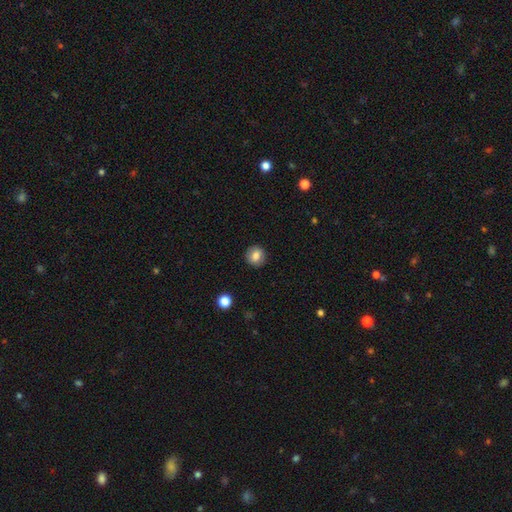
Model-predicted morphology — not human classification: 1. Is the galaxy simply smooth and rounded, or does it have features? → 81% smooth, 9% featured or disk, 9% star or artifact.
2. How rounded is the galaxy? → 90% round, 9% in between, 1% cigar-shaped.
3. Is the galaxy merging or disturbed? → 91% none, 6% minor disturbance, 2% major disturbance, 1% merger.